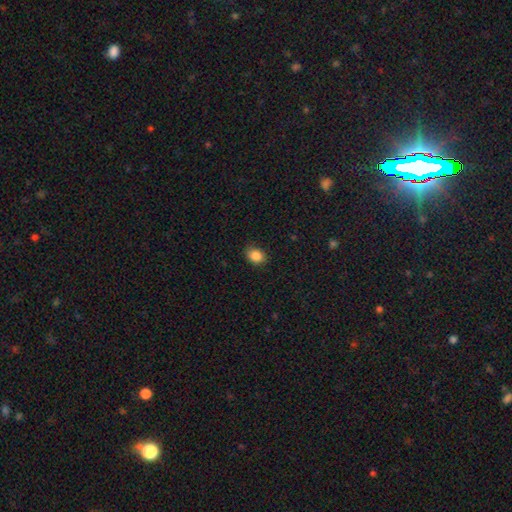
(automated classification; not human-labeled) Smooth or featured?
  - smooth: 87% *
  - star or artifact: 10%
  - featured or disk: 4%
How rounded?
  - in between: 55% *
  - round: 44%
  - cigar-shaped: 1%
Merging?
  - none: 82% *
  - minor disturbance: 14%
  - major disturbance: 3%
  - merger: 1%